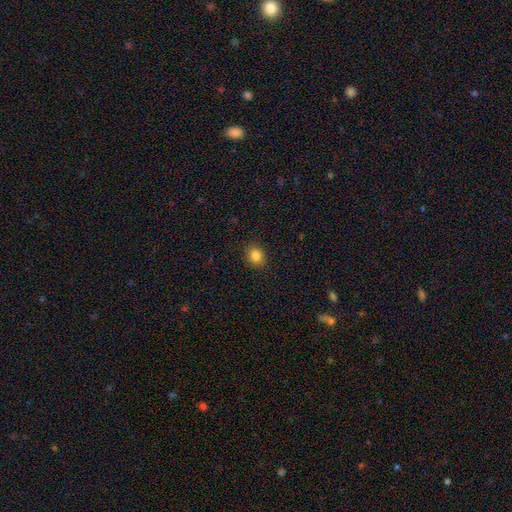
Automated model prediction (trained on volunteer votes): This is clearly a smooth galaxy (85%). How rounded: likely round (70%). Merging: clearly none (89%).